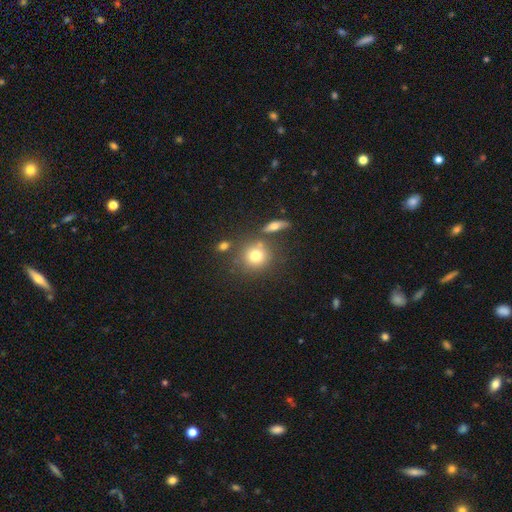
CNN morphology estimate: This appears to be a smooth galaxy with no disk features (76%) that is round (87%). Merging: none (69%).